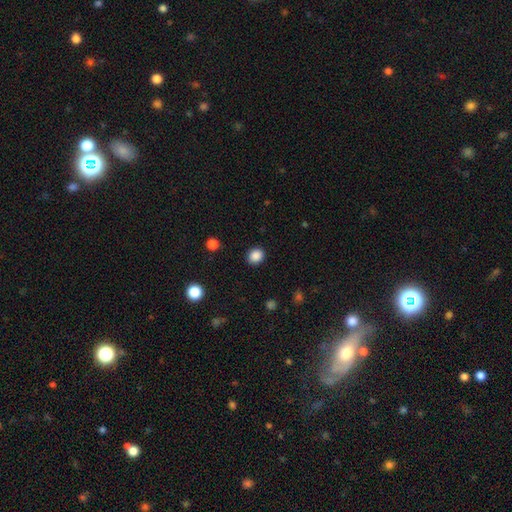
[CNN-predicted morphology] A smooth galaxy with no disk features (87%) that is round (71%). Merging: none (90%).